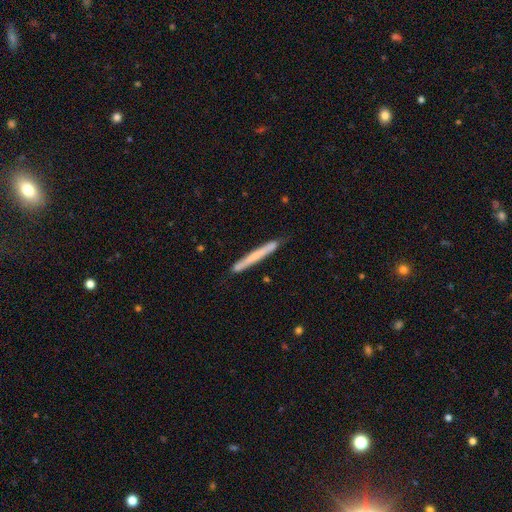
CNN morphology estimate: Q: Smooth or featured?
A: smooth (57%); runner-up: featured or disk (38%)
Q: How rounded?
A: cigar-shaped (97%); runner-up: in between (2%)
Q: Merging?
A: none (84%); runner-up: minor disturbance (12%)